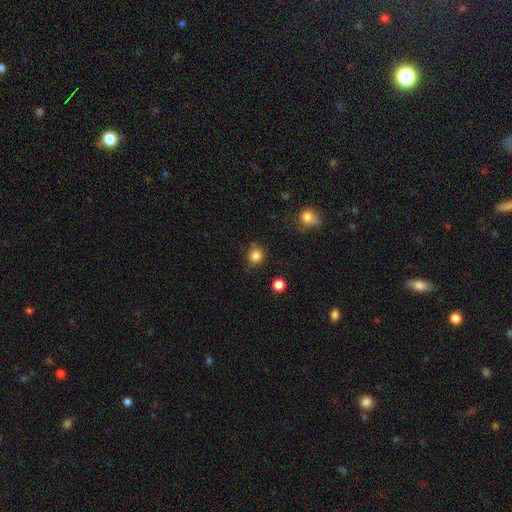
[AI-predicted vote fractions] A smooth galaxy with no disk features (84%) that is round (83%). Merging: none (77%).